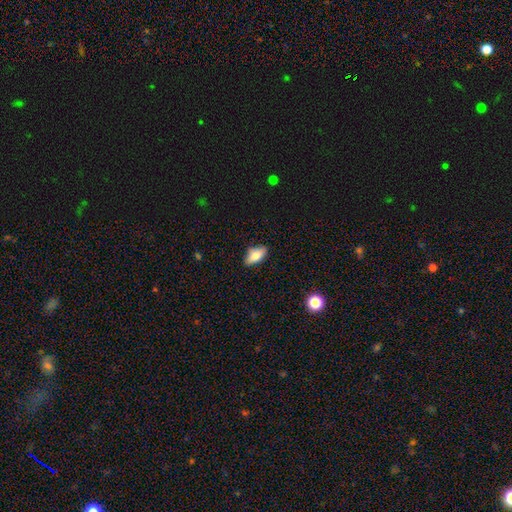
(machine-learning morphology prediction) smooth 76%, featured or disk 16%, star or artifact 8%. Down the decision tree: how rounded — in between (87%); merging — none (81%).